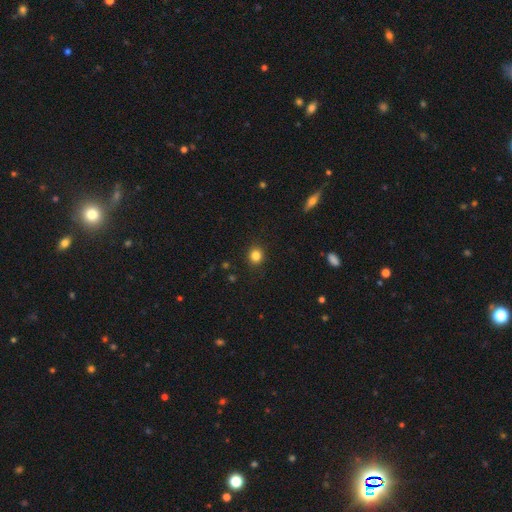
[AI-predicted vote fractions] A smooth galaxy with no disk features (83%) that is round (84%).

Vote fractions:
- Smooth or featured? smooth: 83% / star or artifact: 12% / featured or disk: 5%
- How rounded? round: 84% / in between: 15% / cigar-shaped: 1%
- Merging? none: 90% / minor disturbance: 6% / major disturbance: 2% / merger: 1%